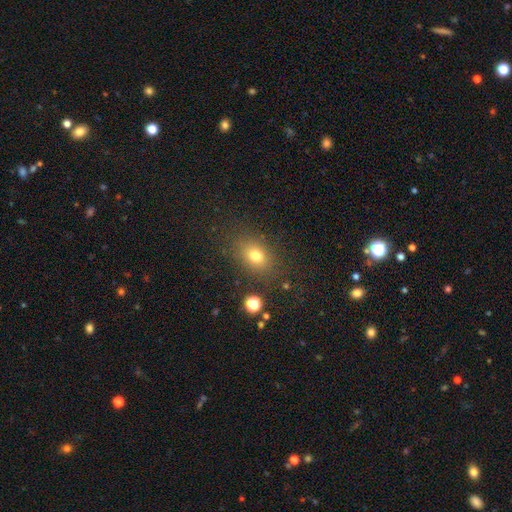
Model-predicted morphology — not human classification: Overall: smooth (76%). How rounded: in between (64%; round 34%). Merging: none (81%).